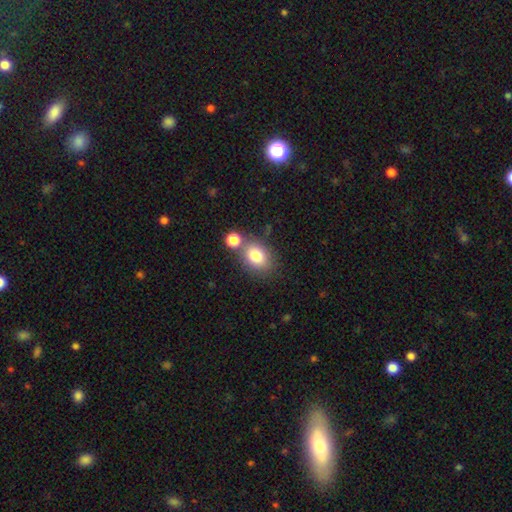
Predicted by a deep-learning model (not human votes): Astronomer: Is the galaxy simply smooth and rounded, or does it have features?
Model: smooth — 80%.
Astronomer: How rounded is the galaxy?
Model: in between — 61% (runner-up: round, 38%).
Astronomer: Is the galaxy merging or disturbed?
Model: none — 61%.